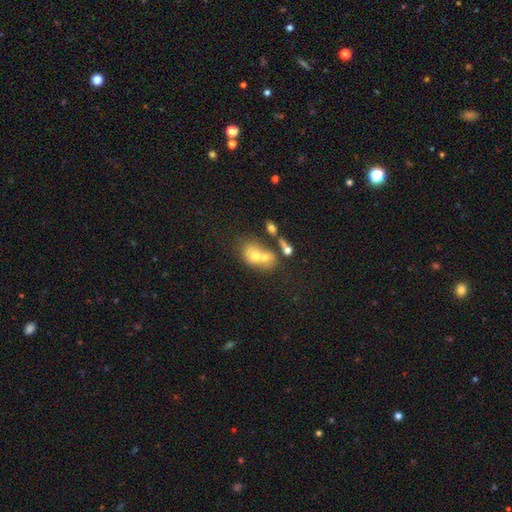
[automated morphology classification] A smooth galaxy with no disk features (62%) that is in between round and cigar-shaped (57%). Merging: merger (64%).